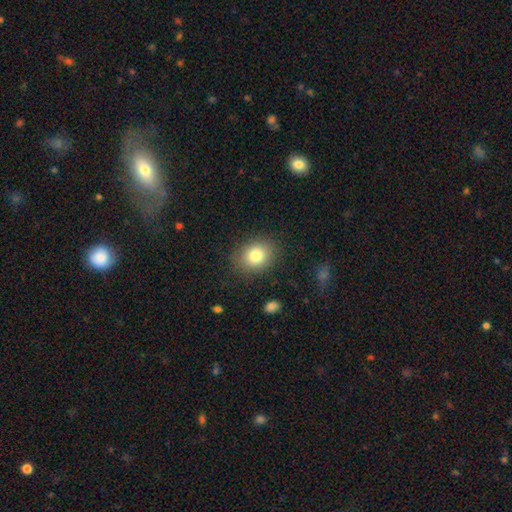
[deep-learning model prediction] Smooth or featured? smooth (78%)
How rounded? round (51%)
Merging? none (88%)